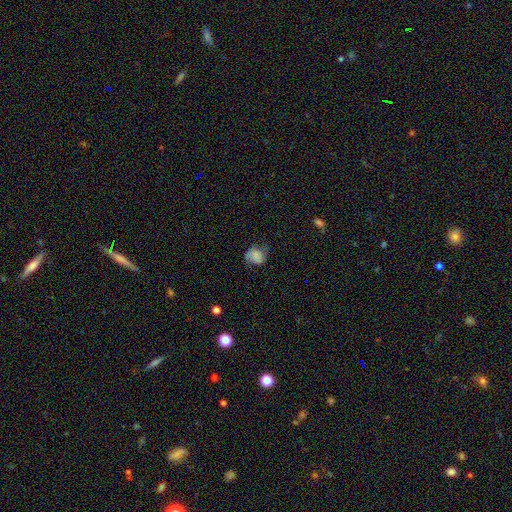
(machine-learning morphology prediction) Smooth or featured: smooth — 56% (featured or disk — 33%)
How rounded: round — 68% (in between — 31%)
Merging: none — 61% (minor disturbance — 26%)